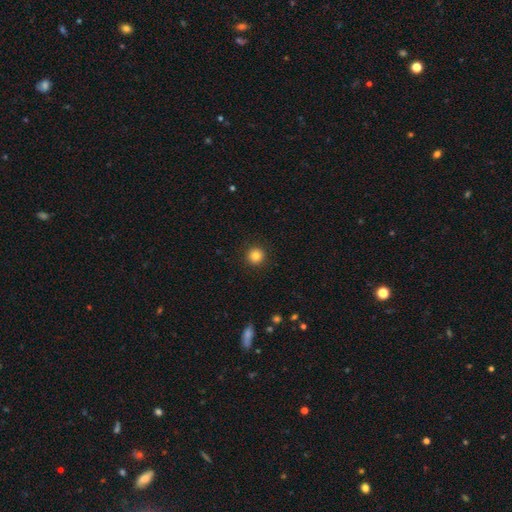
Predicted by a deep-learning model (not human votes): A smooth galaxy with no disk features (83%) that is round (95%). Merging: none (93%).